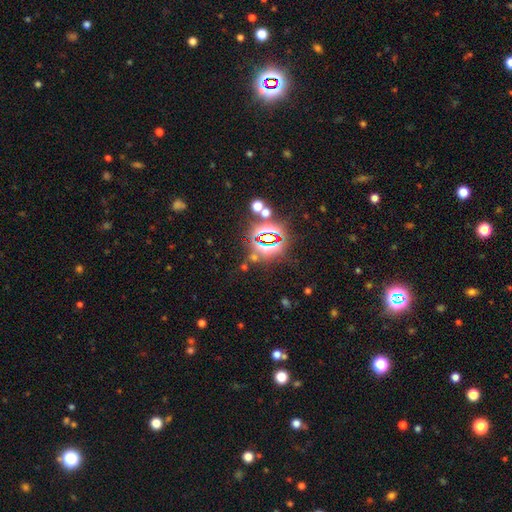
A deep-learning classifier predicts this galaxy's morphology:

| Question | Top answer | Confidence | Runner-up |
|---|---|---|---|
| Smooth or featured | star or artifact | 80% | smooth (12%) |